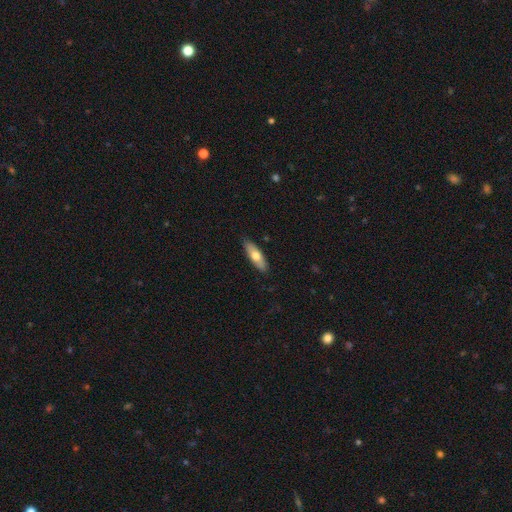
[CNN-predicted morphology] This is likely a smooth galaxy (66%). How rounded: possibly in between (57%). Merging: clearly none (87%).